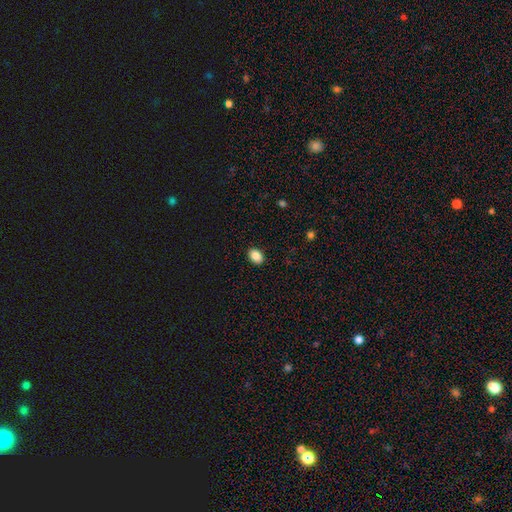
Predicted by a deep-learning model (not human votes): smooth_or_featured: smooth (p=0.87) [alt: star or artifact p=0.09]
how_rounded: in between (p=0.72) [alt: round p=0.27]
merging: none (p=0.90) [alt: minor disturbance p=0.07]